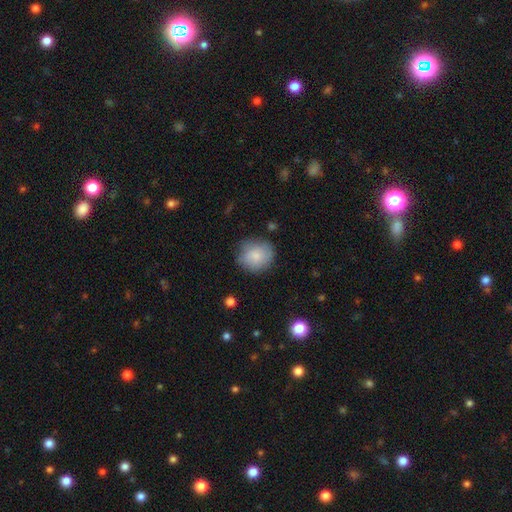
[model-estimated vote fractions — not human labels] Overall: smooth (81%). How rounded: round (80%). Merging: none (74%).